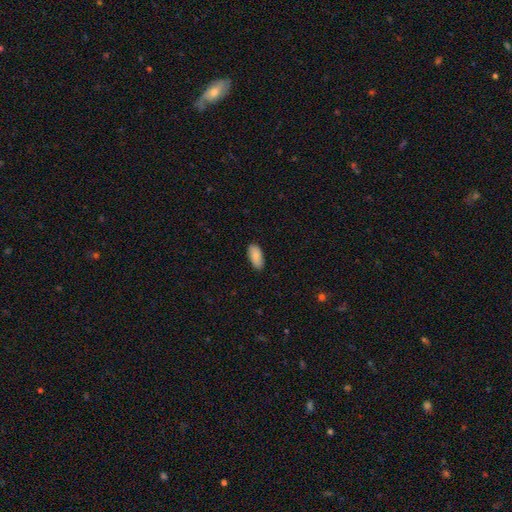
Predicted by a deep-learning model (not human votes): smooth 86%, featured or disk 8%, star or artifact 6%. Down the decision tree: how rounded — in between (93%); merging — none (87%).